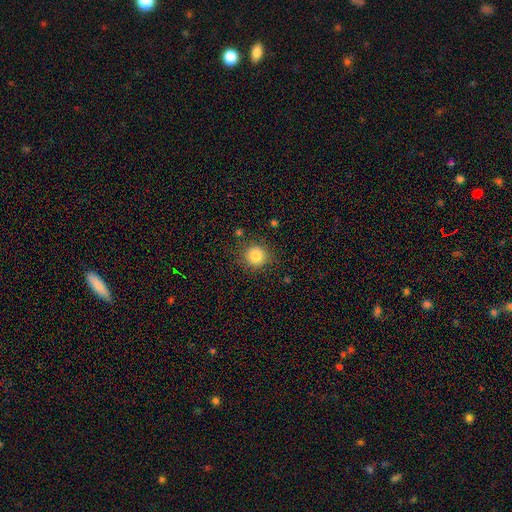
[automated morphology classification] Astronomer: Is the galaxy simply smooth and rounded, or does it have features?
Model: smooth — 84%.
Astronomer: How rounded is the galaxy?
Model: round — 91%.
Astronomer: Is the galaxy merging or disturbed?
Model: none — 86%.